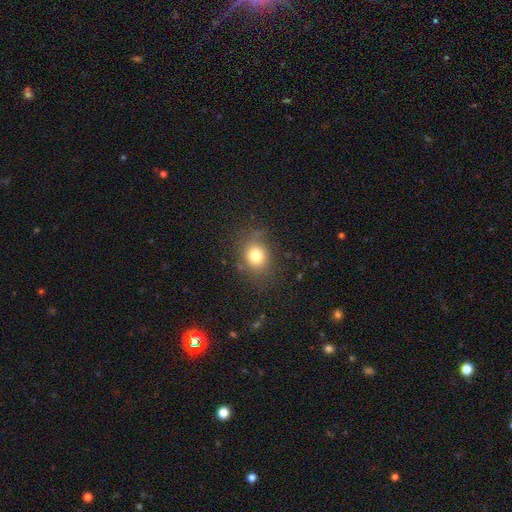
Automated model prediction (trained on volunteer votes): smooth-or-featured: smooth: 78% | star or artifact: 13% | featured or disk: 9%
  how-rounded: round: 63% | in between: 36% | cigar-shaped: 1%
  merging: none: 79% | minor disturbance: 14% | major disturbance: 6% | merger: 2%